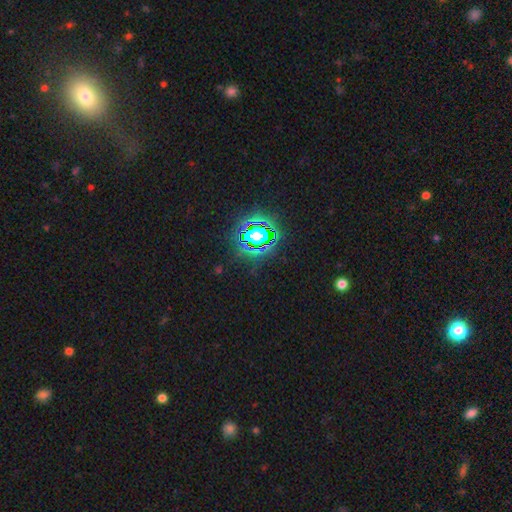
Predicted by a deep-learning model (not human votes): Smooth or featured? Predicted: star or artifact (p=0.79).